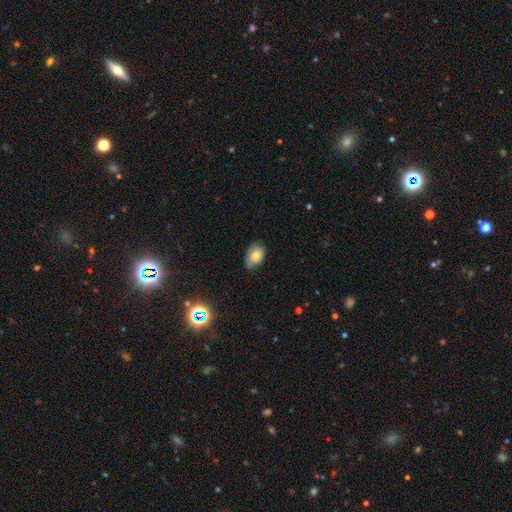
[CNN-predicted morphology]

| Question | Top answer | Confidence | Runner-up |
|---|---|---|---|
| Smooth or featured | smooth | 75% | featured or disk (16%) |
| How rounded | in between | 82% | round (17%) |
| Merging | none | 57% | minor disturbance (35%) |